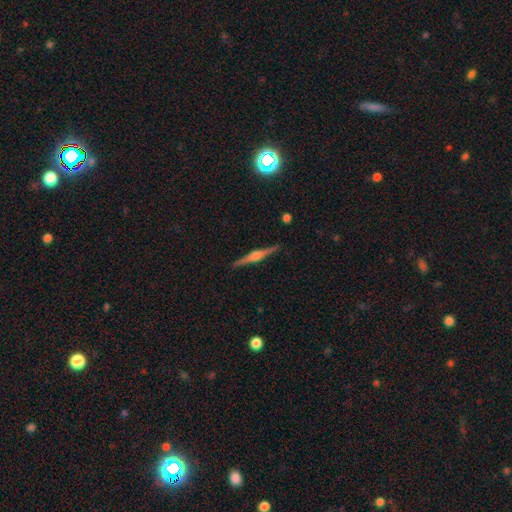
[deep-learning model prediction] smooth_or_featured: featured or disk (p=0.81) [alt: smooth p=0.13]
disk_edge_on: yes (p=0.98) [alt: no p=0.02]
edge_on_bulge: rounded (p=0.82) [alt: boxy p=0.13]
merging: none (p=0.91) [alt: minor disturbance p=0.06]